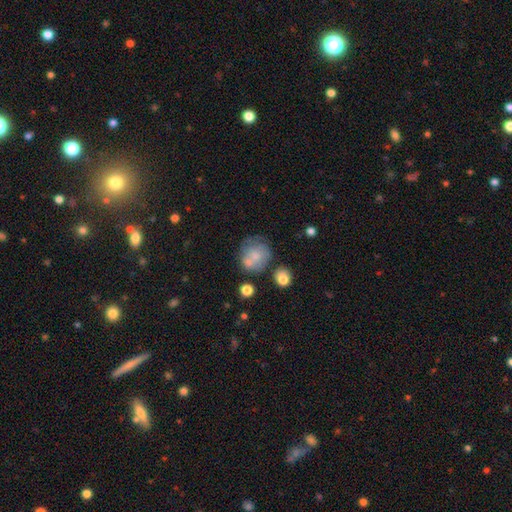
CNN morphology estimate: A smooth galaxy with no disk features (64%) that is round (77%). Merging: none (45%).